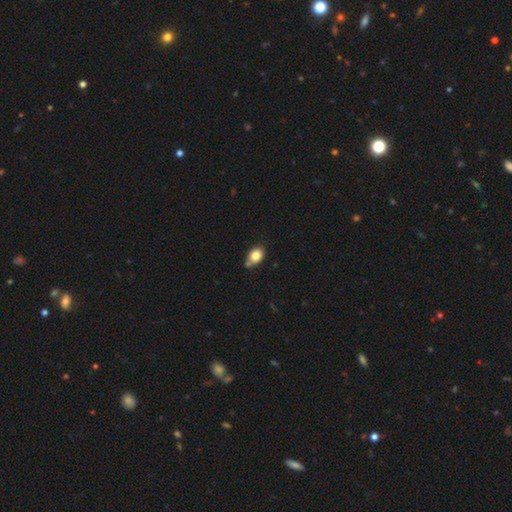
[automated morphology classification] Smooth or featured: smooth — 81% (star or artifact — 9%)
How rounded: in between — 68% (round — 30%)
Merging: none — 64% (minor disturbance — 20%)